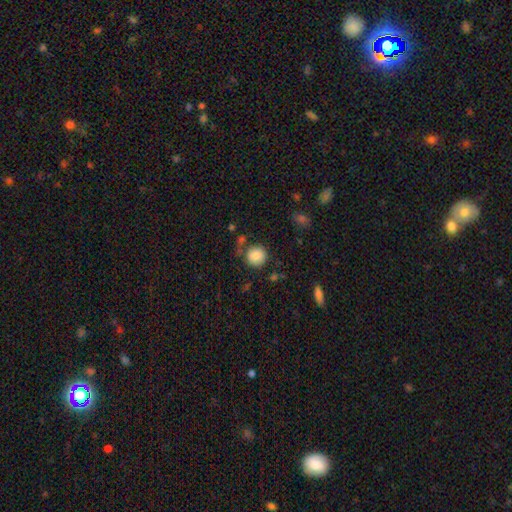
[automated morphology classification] smooth_or_featured: smooth (p=0.86) [alt: star or artifact p=0.08]
how_rounded: round (p=0.85) [alt: in between p=0.14]
merging: none (p=0.72) [alt: minor disturbance p=0.15]